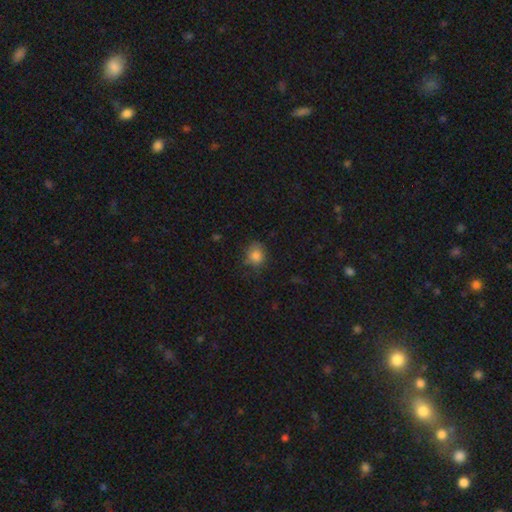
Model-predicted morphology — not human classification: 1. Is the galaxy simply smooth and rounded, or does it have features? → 83% smooth, 11% star or artifact, 6% featured or disk.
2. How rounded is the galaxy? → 71% round, 28% in between, 1% cigar-shaped.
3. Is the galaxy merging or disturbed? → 73% none, 20% minor disturbance, 5% major disturbance, 2% merger.